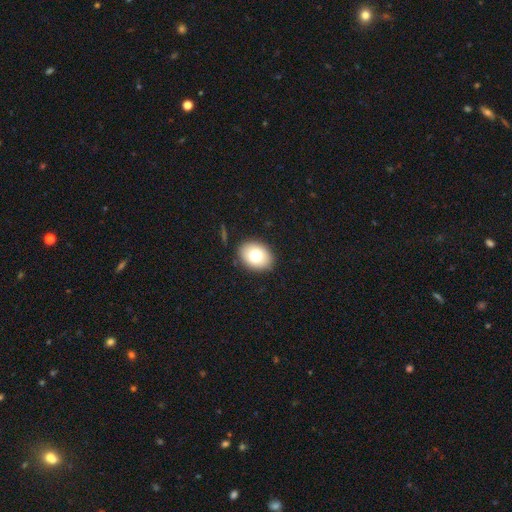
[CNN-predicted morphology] A smooth galaxy with no disk features (77%) that is in between round and cigar-shaped (68%).

Vote fractions:
- Smooth or featured? smooth: 77% / featured or disk: 14% / star or artifact: 9%
- How rounded? in between: 68% / round: 31% / cigar-shaped: 1%
- Merging? none: 89% / minor disturbance: 8% / major disturbance: 2% / merger: 1%